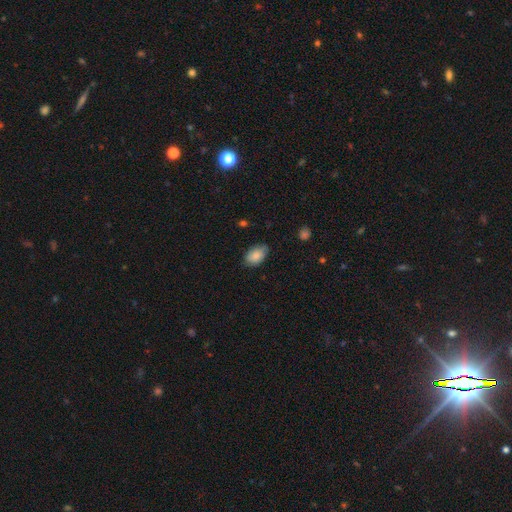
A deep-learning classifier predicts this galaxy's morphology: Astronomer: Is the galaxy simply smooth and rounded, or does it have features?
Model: smooth — 85%.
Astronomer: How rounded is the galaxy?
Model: in between — 89%.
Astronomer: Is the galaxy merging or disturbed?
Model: none — 74%.